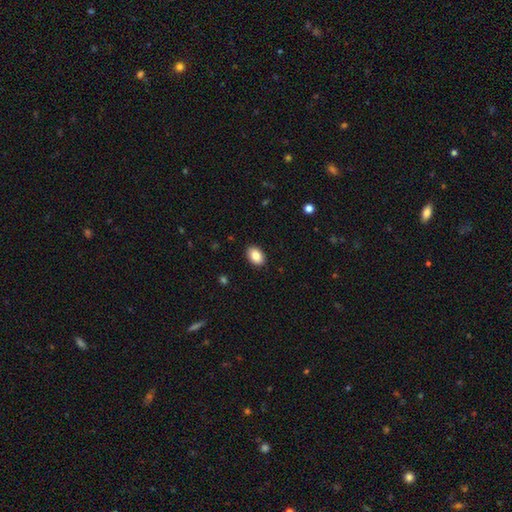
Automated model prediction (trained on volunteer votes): Smooth or featured? Predicted: smooth (p=0.86). How rounded? Predicted: in between (p=0.86). Merging? Predicted: none (p=0.90).